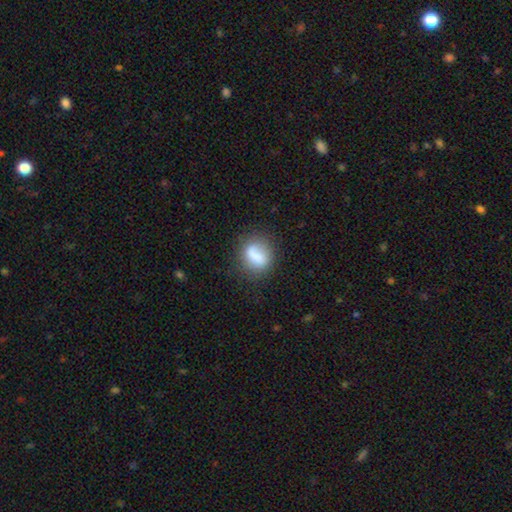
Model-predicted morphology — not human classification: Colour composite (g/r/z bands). It shows a smooth galaxy with no disk features (73%) that is round (49%). Merging: none (59%).